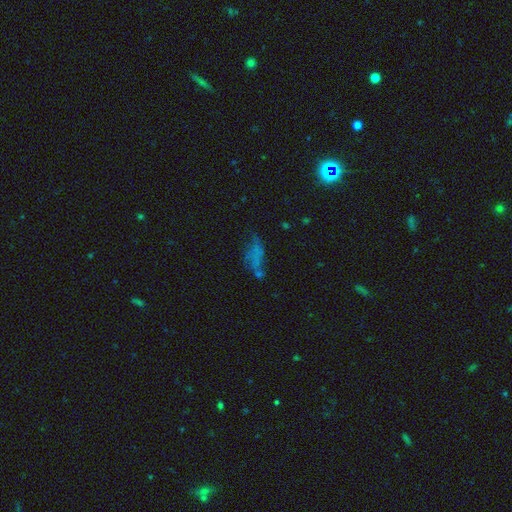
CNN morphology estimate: This appears to be a smooth galaxy with no disk features (40%). Merging: none (37%).